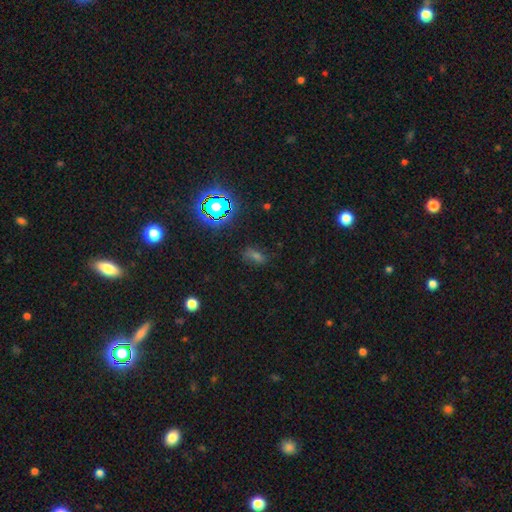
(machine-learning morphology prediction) smooth-or-featured: smooth: 48% | star or artifact: 39% | featured or disk: 13%
  merging: none: 73% | minor disturbance: 17% | major disturbance: 7% | merger: 3%